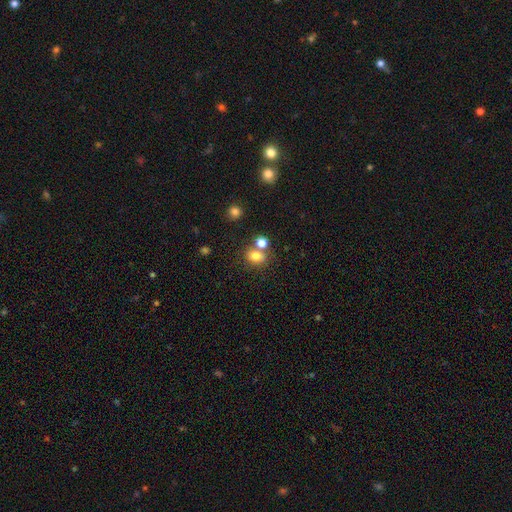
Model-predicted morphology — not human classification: smooth_or_featured: smooth (p=0.77) [alt: star or artifact p=0.14]
how_rounded: round (p=0.50) [alt: in between p=0.49]
merging: none (p=0.55) [alt: merger p=0.29]